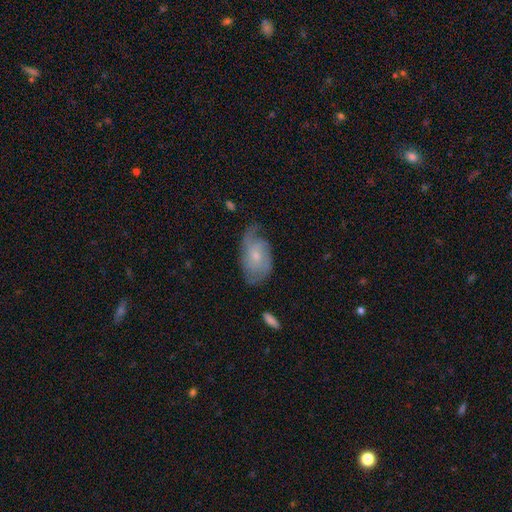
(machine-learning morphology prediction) type=featured or disk (64%); edge-on=no (95%); bar=no (71%); spiral arms=yes (87%); winding=medium (40%); arm count=2 (39%); bulge=small (64%); merging=none (54%).